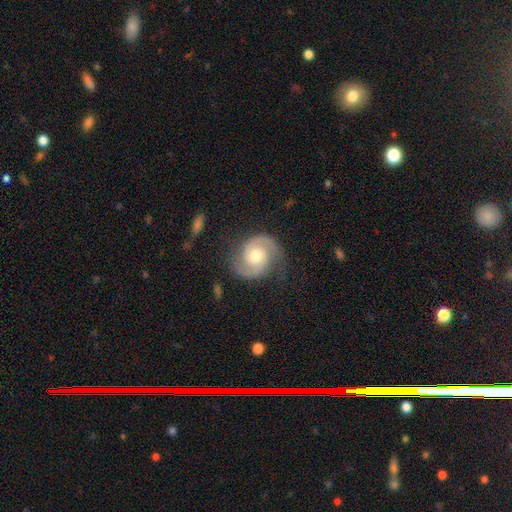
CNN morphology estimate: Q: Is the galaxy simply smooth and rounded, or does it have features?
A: featured or disk — 90%.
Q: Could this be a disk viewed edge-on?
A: no — 98%.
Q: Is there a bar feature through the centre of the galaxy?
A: no — 69%.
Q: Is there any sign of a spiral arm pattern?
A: yes — 98%.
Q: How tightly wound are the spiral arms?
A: medium — 47%.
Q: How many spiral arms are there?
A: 2 — 93%.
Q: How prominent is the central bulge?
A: moderate — 73%.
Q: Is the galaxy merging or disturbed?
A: none — 80%.